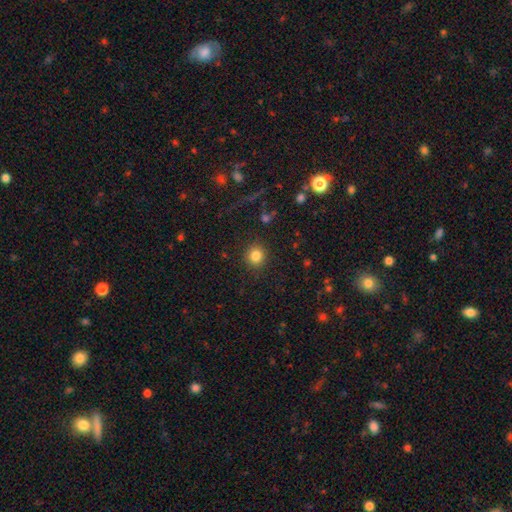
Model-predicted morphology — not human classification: Smooth or featured?
  - smooth: 83% *
  - star or artifact: 12%
  - featured or disk: 5%
How rounded?
  - round: 89% *
  - in between: 10%
  - cigar-shaped: 1%
Merging?
  - none: 89% *
  - minor disturbance: 7%
  - major disturbance: 3%
  - merger: 1%